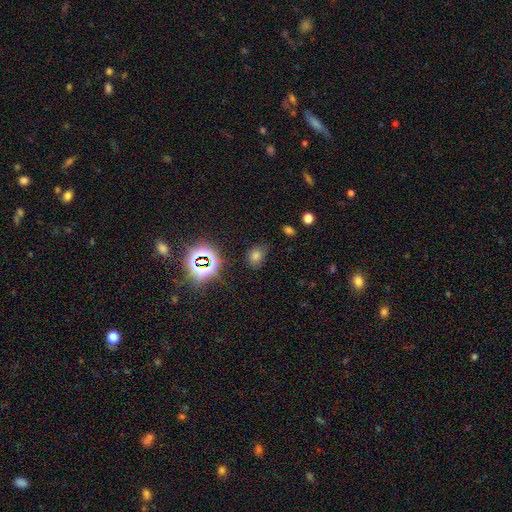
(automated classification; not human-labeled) Smooth or featured? Predicted: smooth (p=0.61). How rounded? Predicted: in between (p=0.58). Merging? Predicted: none (p=0.76).